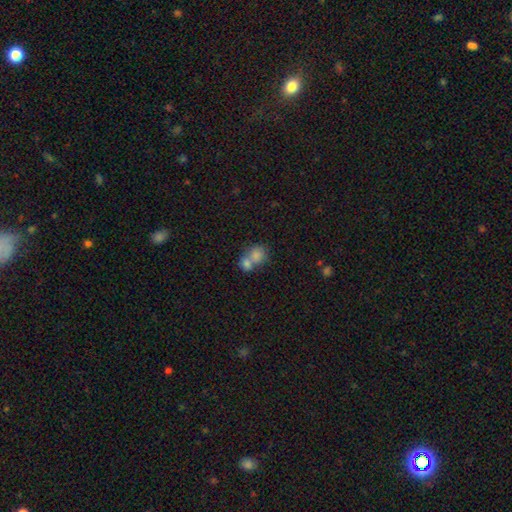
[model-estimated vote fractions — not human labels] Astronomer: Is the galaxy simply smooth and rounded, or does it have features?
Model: smooth — 78%.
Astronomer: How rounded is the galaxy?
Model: round — 61% (runner-up: in between, 38%).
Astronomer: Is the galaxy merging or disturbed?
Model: merger — 65%.